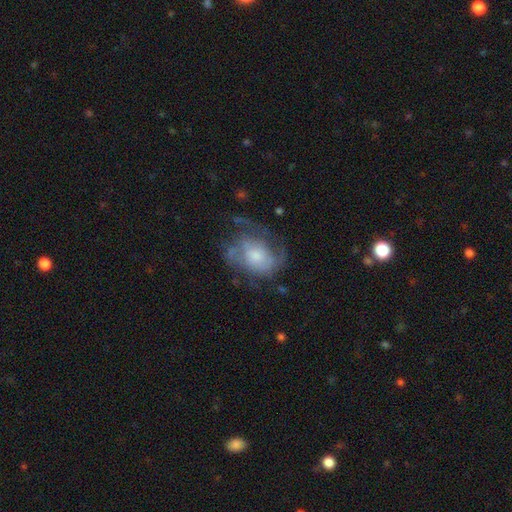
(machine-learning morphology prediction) Smooth or featured?
  - featured or disk: 64% *
  - smooth: 27%
  - star or artifact: 9%
Edge-on disk?
  - no: 97% *
  - yes: 3%
Bar?
  - no: 77% *
  - weak: 20%
  - strong: 4%
Spiral arms?
  - yes: 72% *
  - no: 28%
Bulge size?
  - moderate: 43% *
  - small: 30%
  - large: 17%
  - none: 7%
  - dominant: 2%
Merging?
  - none: 47% *
  - major disturbance: 27%
  - minor disturbance: 24%
  - merger: 2%